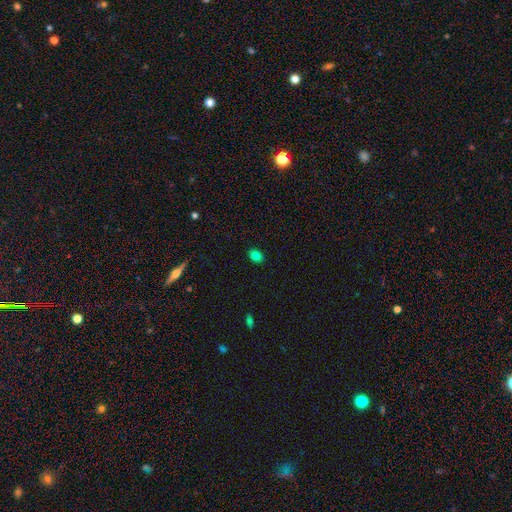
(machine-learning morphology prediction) A smooth galaxy with no disk features (82%) that is in between round and cigar-shaped (65%). Merging: none (89%).